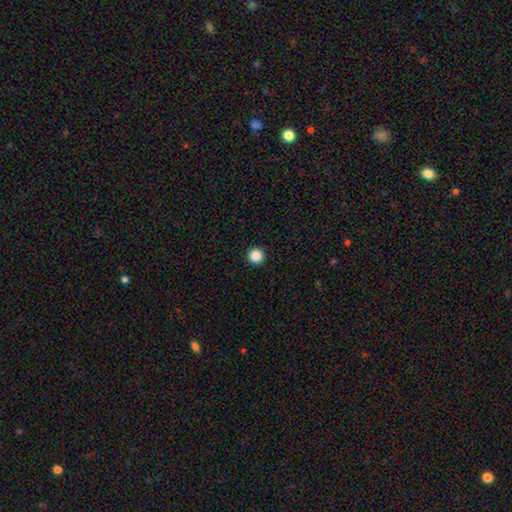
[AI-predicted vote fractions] smooth_or_featured: smooth (p=0.87) [alt: star or artifact p=0.10]
how_rounded: round (p=0.97) [alt: in between p=0.02]
merging: none (p=0.94) [alt: minor disturbance p=0.04]